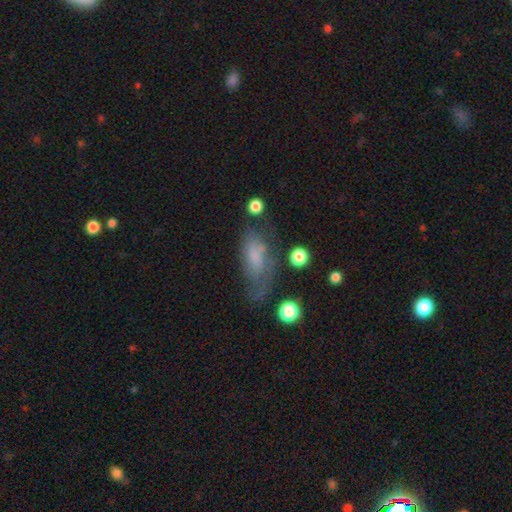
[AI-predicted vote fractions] The model was most divided on "smooth or featured": smooth: 50%, featured or disk: 39%, star or artifact: 11%. Remaining: merging — none (44%).